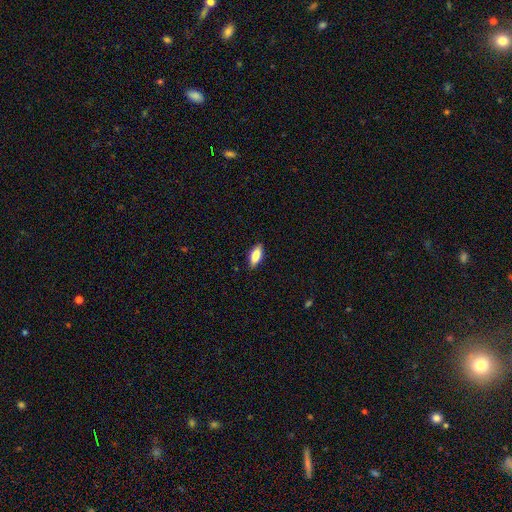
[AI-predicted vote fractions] The model was most divided on "how rounded": in between: 80%, cigar-shaped: 18%, round: 2%. More confident: merging — none (87%); smooth or featured — smooth (83%).